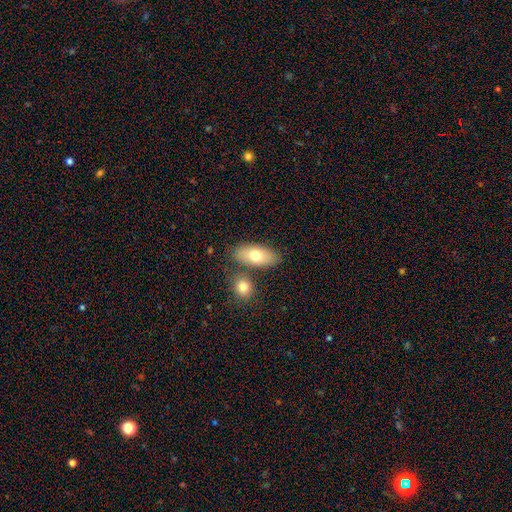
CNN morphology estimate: A smooth galaxy with no disk features (72%) that is in between round and cigar-shaped (86%). Merging: none (71%).